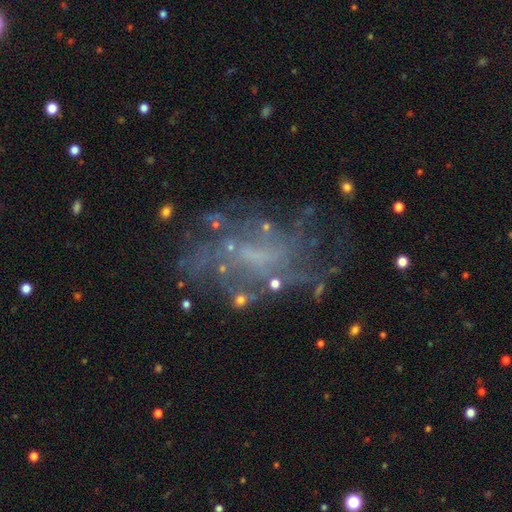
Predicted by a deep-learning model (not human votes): Smooth or featured? featured or disk (69%)
Edge-on disk? no (96%)
Bar? no (59%)
Spiral arms? yes (53%)
Bulge size? none (54%)
Merging? none (57%)